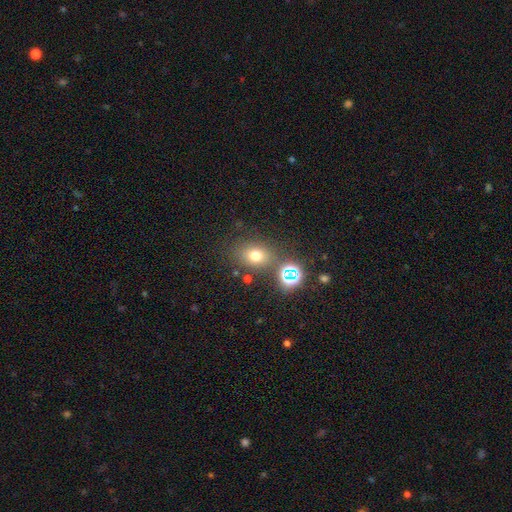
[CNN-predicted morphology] Smooth or featured: smooth — 67% (star or artifact — 23%)
How rounded: round — 51% (in between — 48%)
Merging: none — 74% (minor disturbance — 12%)